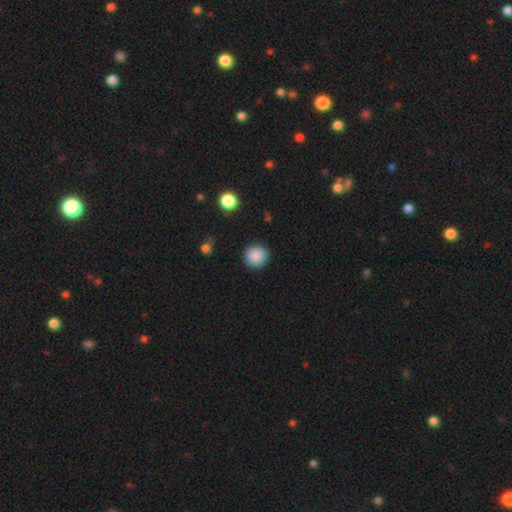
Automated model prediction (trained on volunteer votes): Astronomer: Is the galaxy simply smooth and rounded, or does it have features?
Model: smooth — 89%.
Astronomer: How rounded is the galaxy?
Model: round — 93%.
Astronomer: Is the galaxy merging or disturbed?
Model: none — 89%.